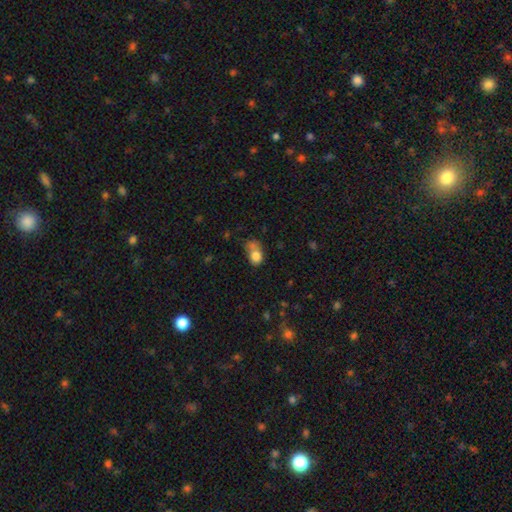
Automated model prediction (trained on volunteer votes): Q: Smooth or featured?
A: smooth (78%); runner-up: featured or disk (12%)
Q: How rounded?
A: in between (63%); runner-up: round (36%)
Q: Merging?
A: merger (32%); runner-up: none (27%)